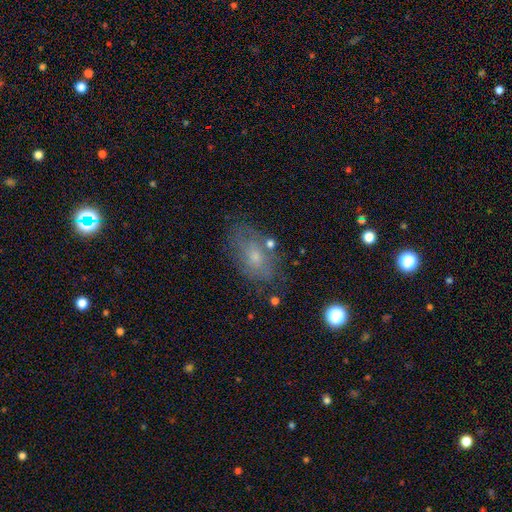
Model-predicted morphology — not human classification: smooth-or-featured: smooth: 47% | featured or disk: 41% | star or artifact: 12%
  merging: none: 66% | minor disturbance: 21% | major disturbance: 9% | merger: 4%